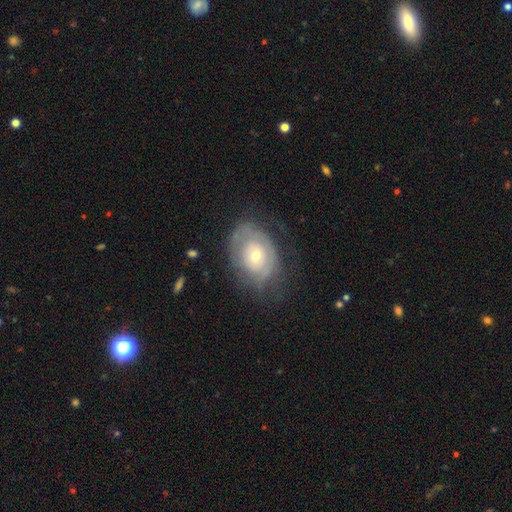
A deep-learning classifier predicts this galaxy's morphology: Overall: featured or disk (56%; smooth 37%). Edge-on disk: no (94%). Bar: no (83%). Spiral arms: yes (51%; no 49%). Bulge size: small (56%; moderate 39%). Merging: none (59%; minor disturbance 25%).